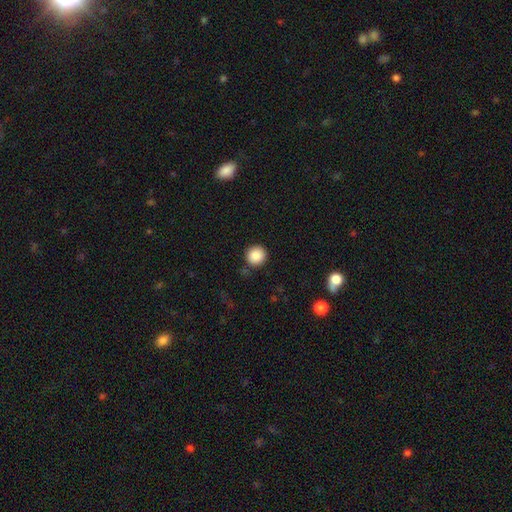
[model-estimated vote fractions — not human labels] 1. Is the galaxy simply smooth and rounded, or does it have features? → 88% smooth, 9% star or artifact, 3% featured or disk.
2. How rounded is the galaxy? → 94% round, 5% in between, 1% cigar-shaped.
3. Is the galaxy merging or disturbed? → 87% none, 8% minor disturbance, 3% major disturbance, 2% merger.